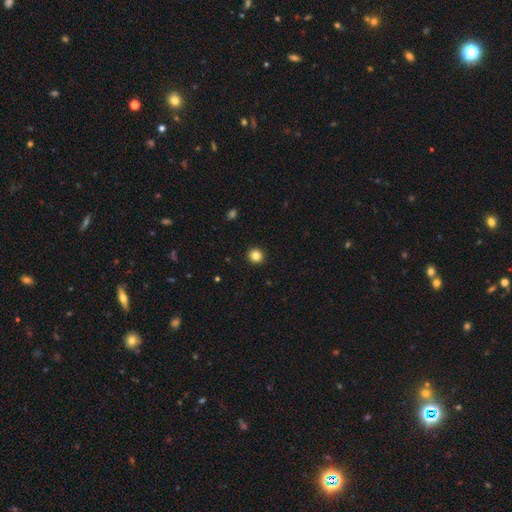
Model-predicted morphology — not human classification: Q: Smooth or featured?
A: smooth (83%); runner-up: star or artifact (11%)
Q: How rounded?
A: round (92%); runner-up: in between (7%)
Q: Merging?
A: none (93%); runner-up: minor disturbance (4%)